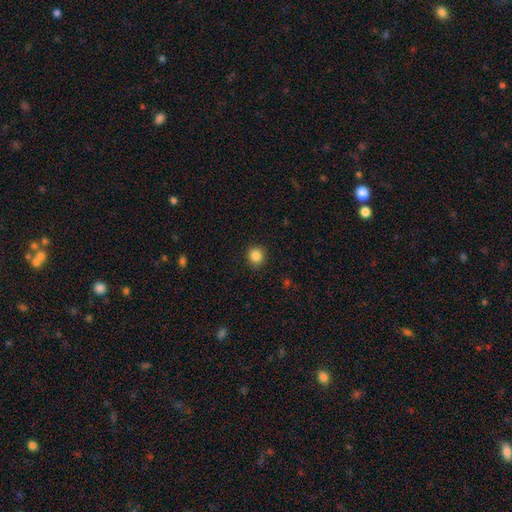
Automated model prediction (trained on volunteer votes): smooth 86%, star or artifact 10%, featured or disk 4%. Down the decision tree: how rounded — round (86%); merging — none (89%).